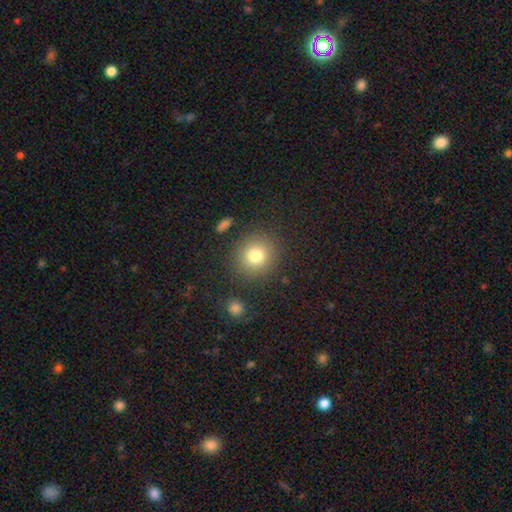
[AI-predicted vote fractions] Smooth or featured? smooth (78%)
How rounded? round (88%)
Merging? none (86%)